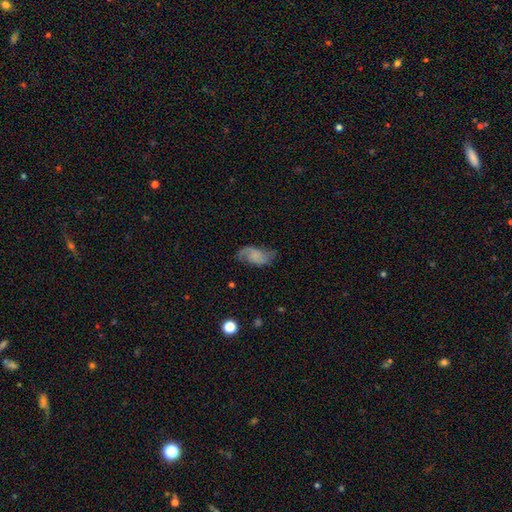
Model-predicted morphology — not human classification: This appears to be a featured or disk galaxy (60%) with no bar (65%), 2 (83%) loose (49%) spiral arms (90%) and no central bulge (56%). Merging: none (62%).